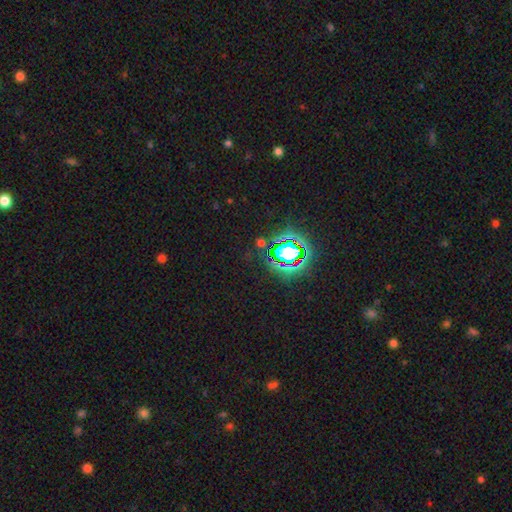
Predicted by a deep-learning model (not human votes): smooth_or_featured: star or artifact (p=0.80) [alt: smooth p=0.12]